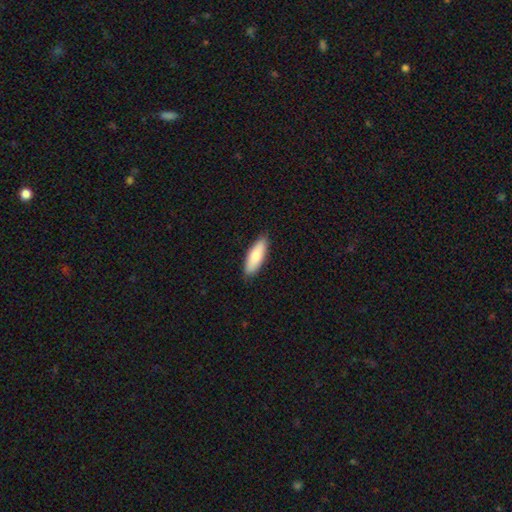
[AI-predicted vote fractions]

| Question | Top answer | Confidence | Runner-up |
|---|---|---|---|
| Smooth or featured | smooth | 78% | featured or disk (17%) |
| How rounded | in between | 63% | cigar-shaped (36%) |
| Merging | none | 88% | minor disturbance (9%) |